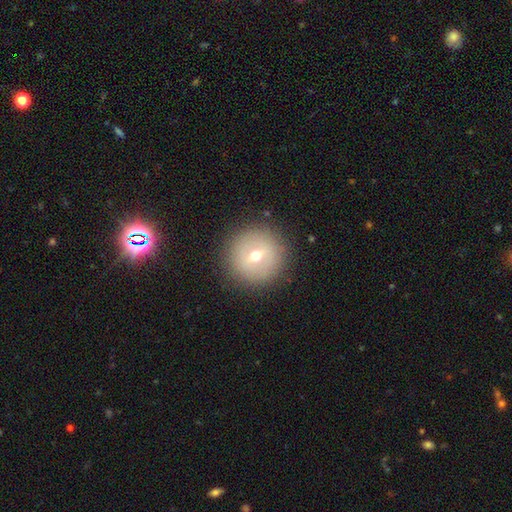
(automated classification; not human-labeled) smooth_or_featured: smooth (p=0.51) [alt: featured or disk p=0.37]
how_rounded: round (p=0.95) [alt: in between p=0.04]
merging: none (p=0.87) [alt: minor disturbance p=0.08]